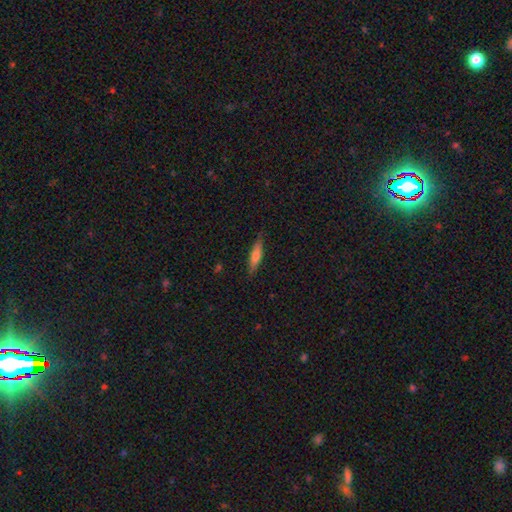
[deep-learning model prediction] This is likely a smooth galaxy (62%). How rounded: likely cigar-shaped (75%). Merging: clearly none (84%).